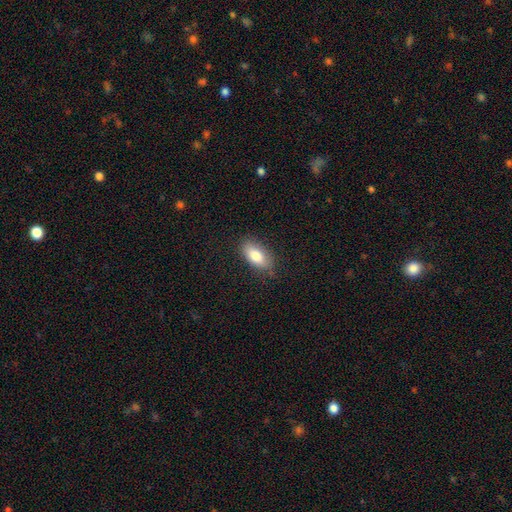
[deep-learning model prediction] Overall: smooth (81%). How rounded: in between (90%). Merging: none (80%).